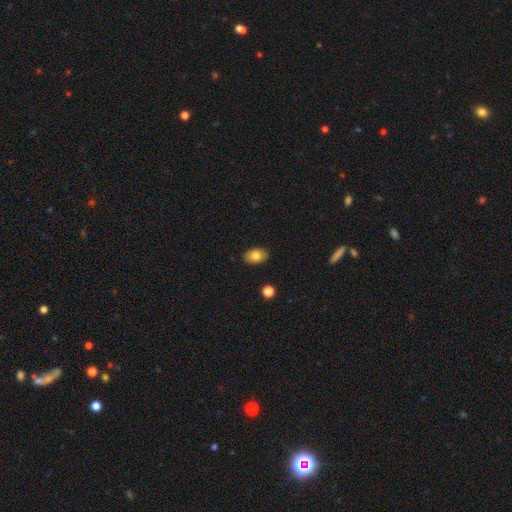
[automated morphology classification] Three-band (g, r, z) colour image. It shows a smooth galaxy with no disk features (81%) that is in between round and cigar-shaped (87%). Merging: none (87%).